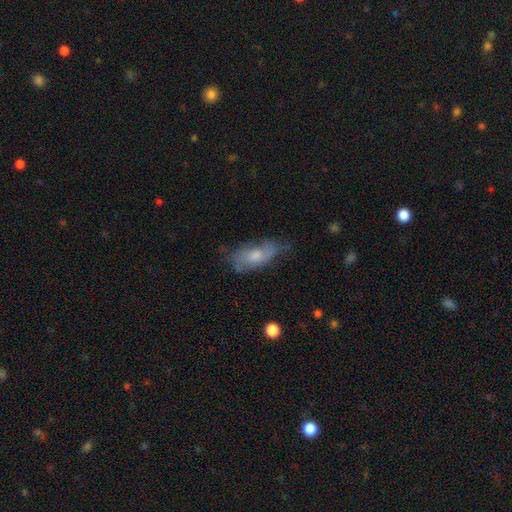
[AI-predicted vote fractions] smooth_or_featured: smooth (p=0.58) [alt: featured or disk p=0.34]
how_rounded: in between (p=0.79) [alt: cigar-shaped p=0.18]
merging: none (p=0.52) [alt: minor disturbance p=0.31]